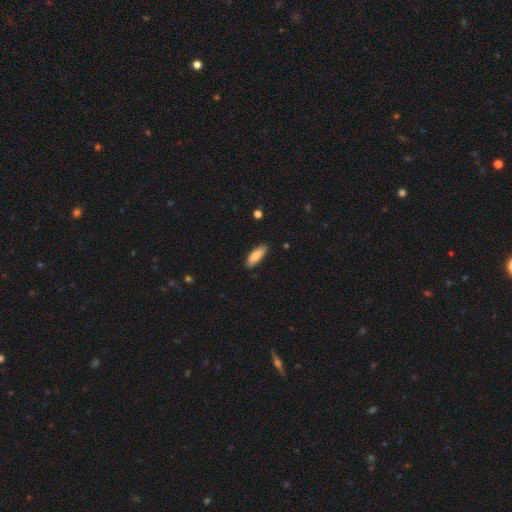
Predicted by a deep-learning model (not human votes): smooth 85%, featured or disk 9%, star or artifact 6%. Down the decision tree: how rounded — in between (57%); merging — none (86%).